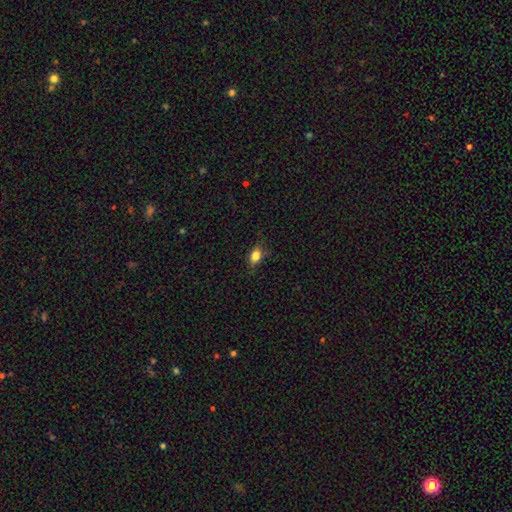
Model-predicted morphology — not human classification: Smooth or featured: smooth — 78% (featured or disk — 11%)
How rounded: in between — 67% (round — 28%)
Merging: none — 75% (minor disturbance — 19%)